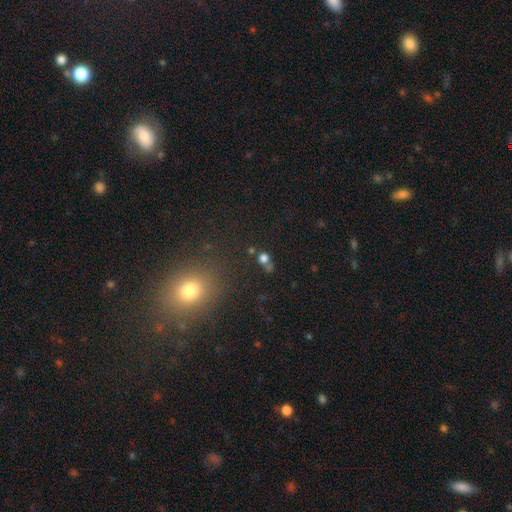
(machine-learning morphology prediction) This appears to be a smooth galaxy with no disk features (60%) that is round (50%). Merging: none (85%).